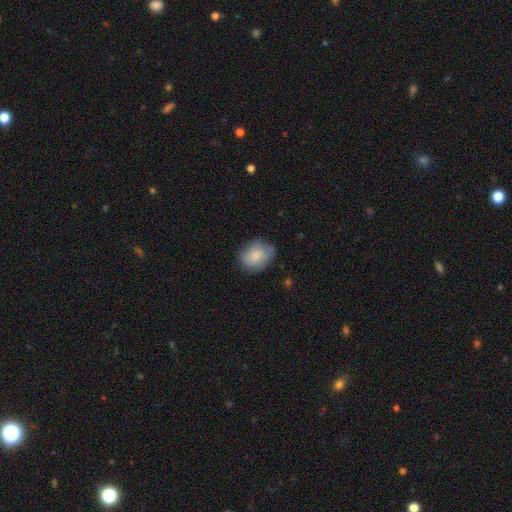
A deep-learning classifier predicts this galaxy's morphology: The model was most divided on "how rounded": round: 51%, in between: 48%, cigar-shaped: 1%. More confident: smooth or featured — smooth (81%); merging — none (69%).